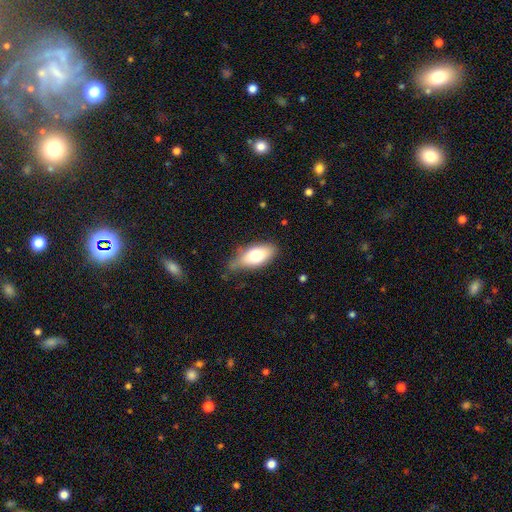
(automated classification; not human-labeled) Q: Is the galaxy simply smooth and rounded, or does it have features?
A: smooth — 70%.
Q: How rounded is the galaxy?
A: in between — 85%.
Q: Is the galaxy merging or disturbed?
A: none — 63%.